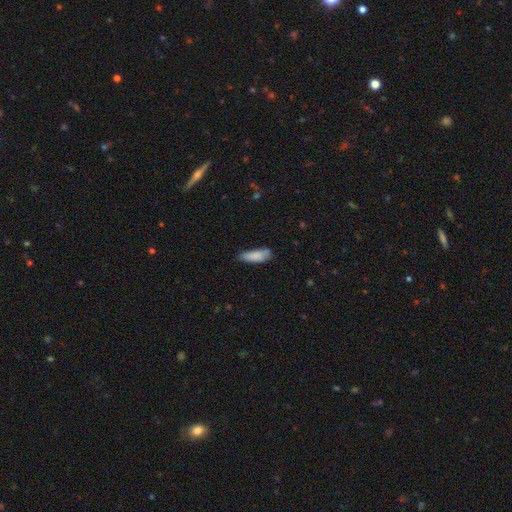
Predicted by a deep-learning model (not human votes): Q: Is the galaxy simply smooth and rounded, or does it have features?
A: smooth — 85%.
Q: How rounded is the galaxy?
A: in between — 62%.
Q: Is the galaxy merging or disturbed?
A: none — 63%.